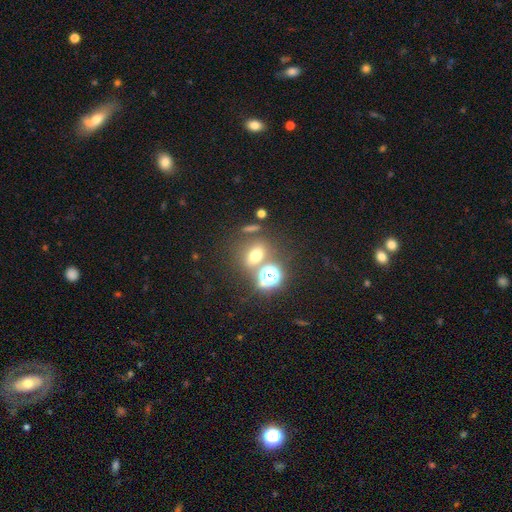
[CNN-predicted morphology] smooth 59%, star or artifact 29%, featured or disk 12%. Down the decision tree: how rounded — round (52%); merging — none (66%).